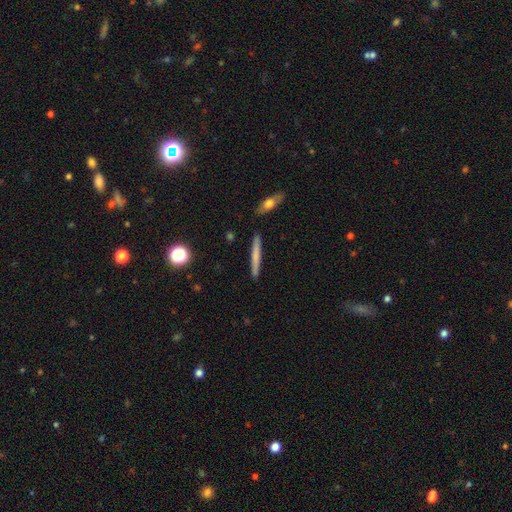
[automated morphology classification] The model was most divided on "smooth or featured": smooth: 64%, featured or disk: 30%, star or artifact: 6%. More confident: how rounded — cigar-shaped (95%); merging — none (90%).